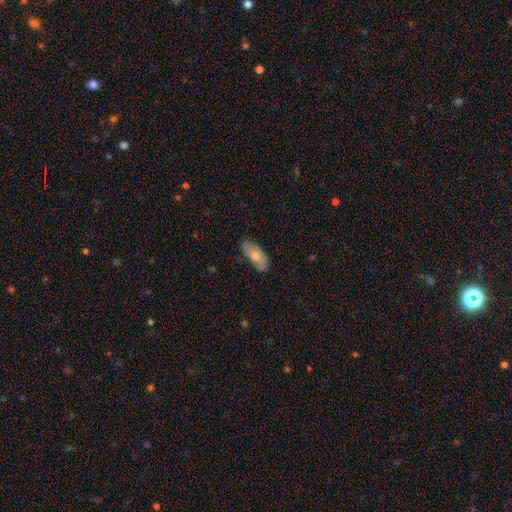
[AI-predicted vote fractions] Smooth or featured? Predicted: smooth (p=0.67). How rounded? Predicted: in between (p=0.86). Merging? Predicted: none (p=0.77).